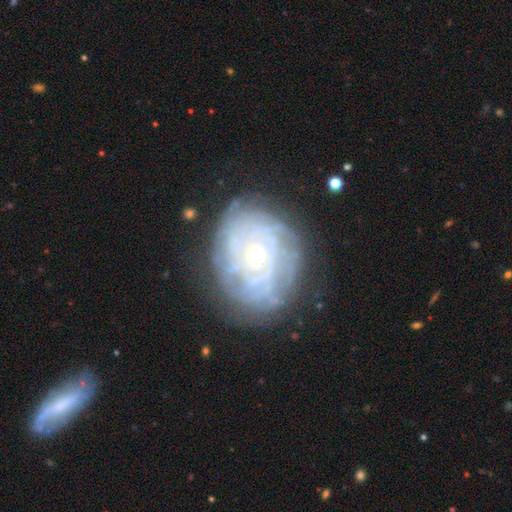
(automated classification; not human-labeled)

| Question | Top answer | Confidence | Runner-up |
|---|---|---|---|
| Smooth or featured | featured or disk | 79% | smooth (14%) |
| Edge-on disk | no | 97% | yes (3%) |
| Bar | no | 85% | weak (12%) |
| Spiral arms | yes | 83% | no (17%) |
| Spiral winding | tight | 79% | medium (16%) |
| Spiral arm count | can't tell | 49% | more than 4 (16%) |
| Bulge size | small | 83% | moderate (13%) |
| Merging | none | 73% | minor disturbance (17%) |